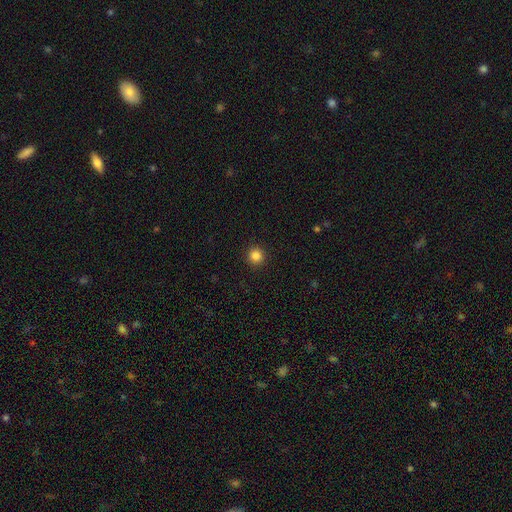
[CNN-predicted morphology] smooth_or_featured: smooth (p=0.85) [alt: star or artifact p=0.12]
how_rounded: round (p=0.96) [alt: in between p=0.03]
merging: none (p=0.93) [alt: minor disturbance p=0.04]